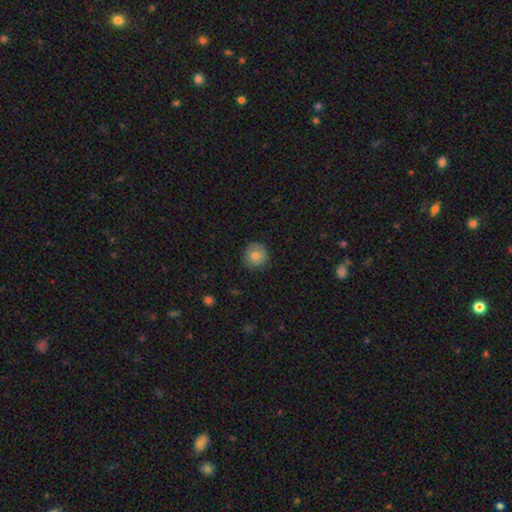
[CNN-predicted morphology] Smooth or featured? Predicted: smooth (p=0.78). How rounded? Predicted: round (p=0.92). Merging? Predicted: none (p=0.83).